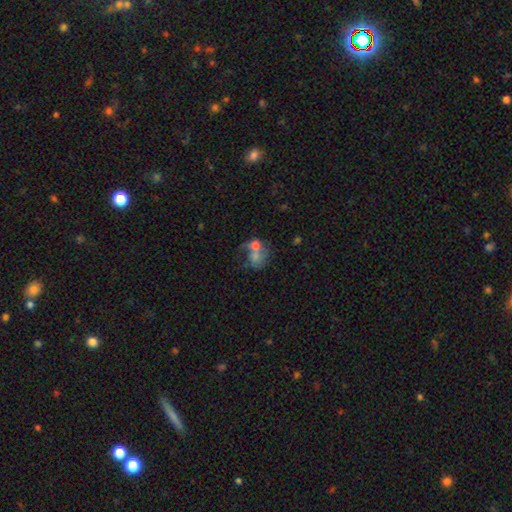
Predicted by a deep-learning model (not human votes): Q: Smooth or featured?
A: smooth (48%); runner-up: featured or disk (37%)
Q: Merging?
A: merger (56%); runner-up: none (21%)